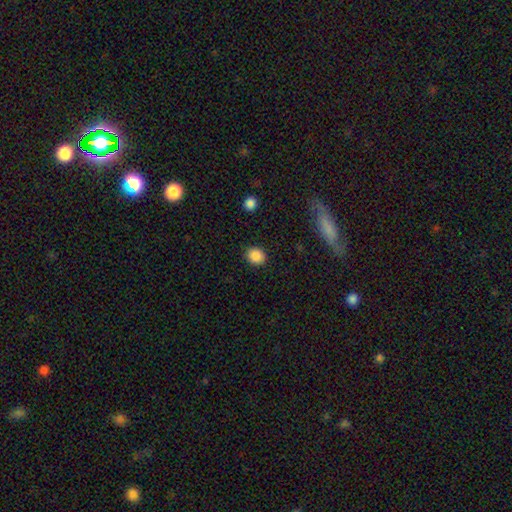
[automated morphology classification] Smooth or featured? Predicted: smooth (p=0.87). How rounded? Predicted: round (p=0.64). Merging? Predicted: none (p=0.89).